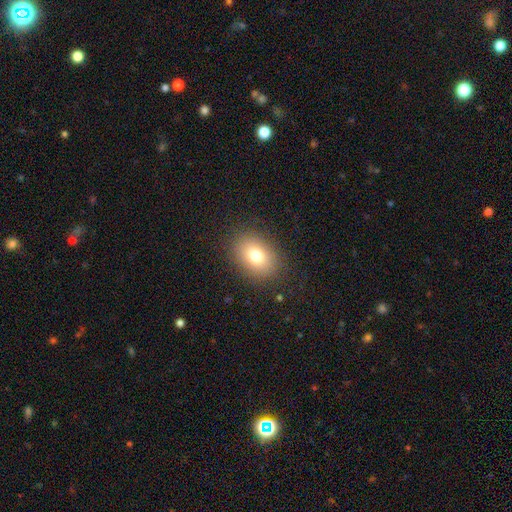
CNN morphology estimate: type=smooth (77%); roundness=in between (69%); merging=none (85%).